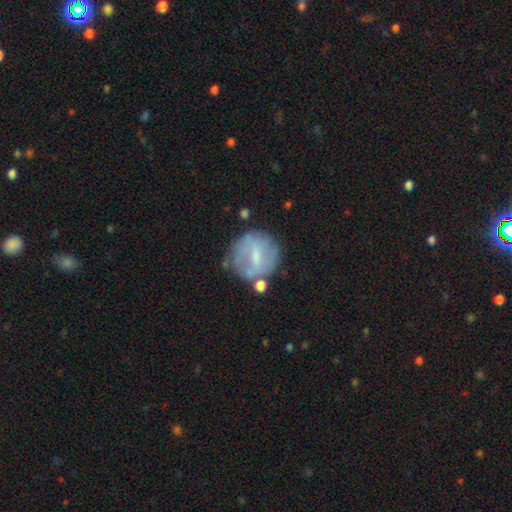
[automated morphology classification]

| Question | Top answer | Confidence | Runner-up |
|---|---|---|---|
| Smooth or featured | featured or disk | 49% | smooth (42%) |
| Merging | none | 64% | minor disturbance (19%) |